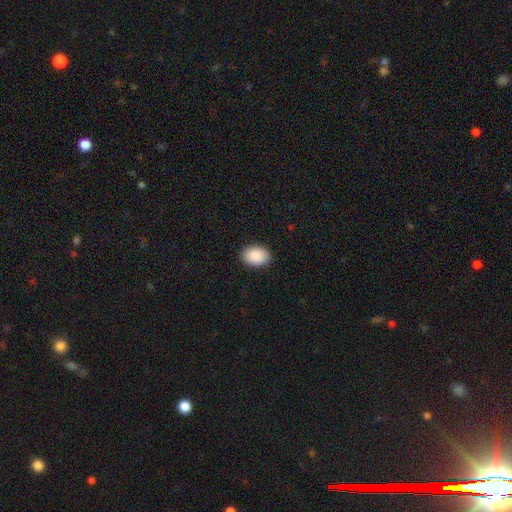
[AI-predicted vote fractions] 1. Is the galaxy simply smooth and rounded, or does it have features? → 91% smooth, 7% star or artifact, 3% featured or disk.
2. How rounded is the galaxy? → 81% in between, 18% round, 1% cigar-shaped.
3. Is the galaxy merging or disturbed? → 89% none, 8% minor disturbance, 2% major disturbance, 1% merger.